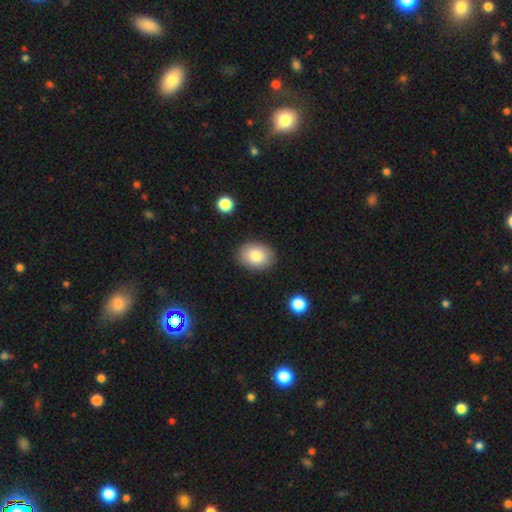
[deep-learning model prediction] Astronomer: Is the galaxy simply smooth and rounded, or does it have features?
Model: smooth — 84%.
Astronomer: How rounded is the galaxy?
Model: in between — 74%.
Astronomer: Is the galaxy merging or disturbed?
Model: none — 87%.